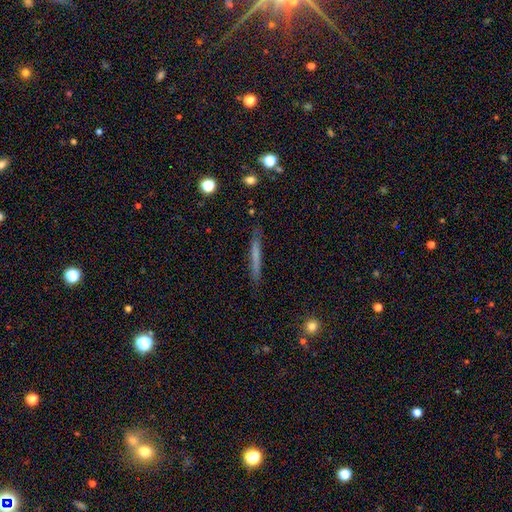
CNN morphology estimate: type=smooth (60%); roundness=cigar-shaped (96%); merging=none (86%).